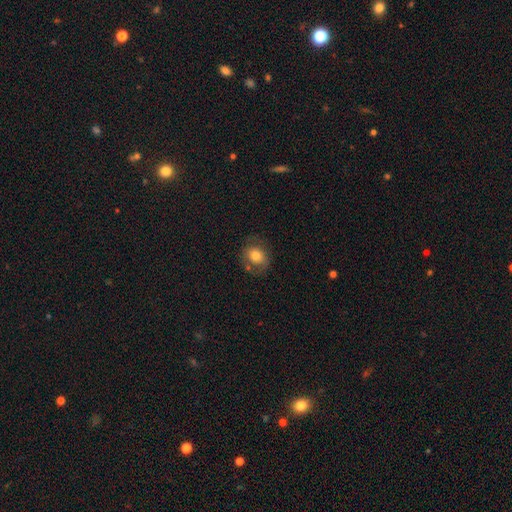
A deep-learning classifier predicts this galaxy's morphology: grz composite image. It shows a smooth galaxy with no disk features (71%) that is round (63%). Merging: none (71%).